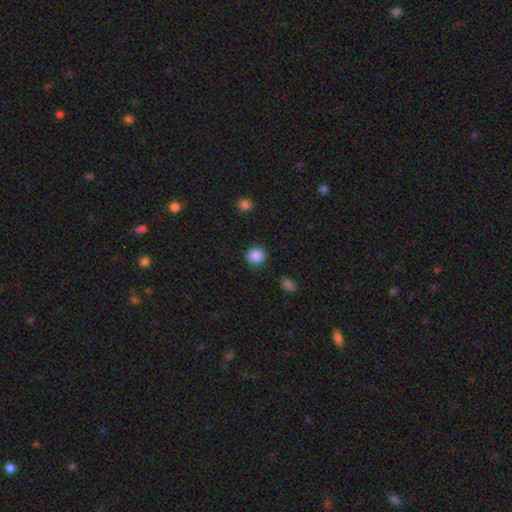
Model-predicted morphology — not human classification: A smooth galaxy with no disk features (88%) that is round (91%).

Vote fractions:
- Smooth or featured? smooth: 88% / star or artifact: 9% / featured or disk: 3%
- How rounded? round: 91% / in between: 8% / cigar-shaped: 1%
- Merging? none: 88% / minor disturbance: 8% / major disturbance: 3% / merger: 2%